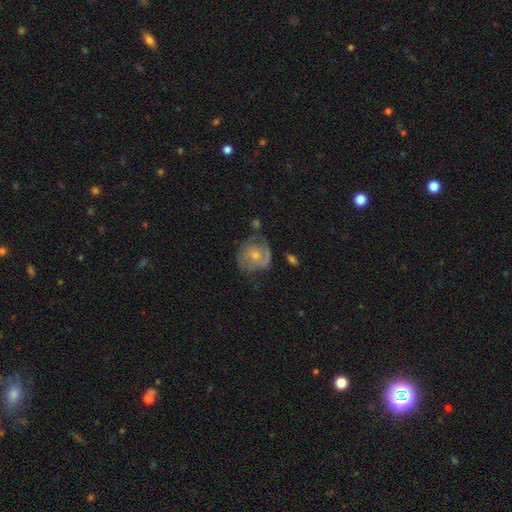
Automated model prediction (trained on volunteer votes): A featured or disk galaxy (64%) with no bar (74%), spiral arms (78%) and a small central bulge (54%).

Vote fractions:
- Smooth or featured? featured or disk: 64% / smooth: 29% / star or artifact: 7%
- Edge-on disk? no: 97% / yes: 3%
- Bar? no: 74% / weak: 22% / strong: 3%
- Spiral arms? yes: 78% / no: 22%
- Bulge size? small: 54% / moderate: 40% / none: 3% / large: 2% / dominant: 1%
- Merging? none: 48% / minor disturbance: 27% / major disturbance: 20% / merger: 5%